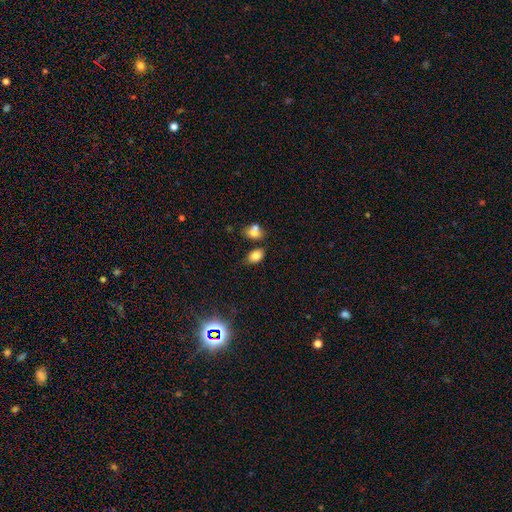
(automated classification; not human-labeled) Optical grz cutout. It shows a smooth galaxy with no disk features (81%) that is in between round and cigar-shaped (86%). Merging: none (62%).